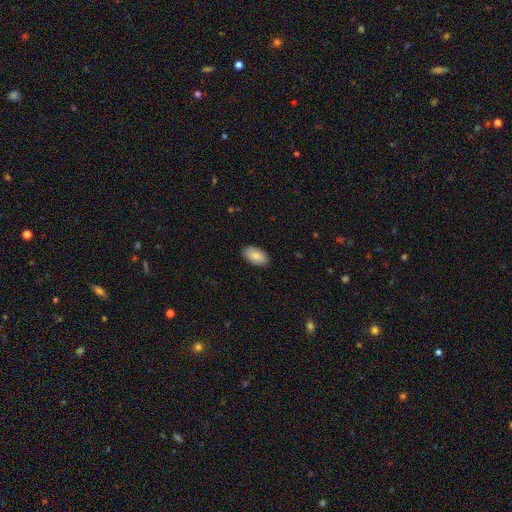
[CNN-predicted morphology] smooth-or-featured: smooth: 86% | featured or disk: 8% | star or artifact: 6%
  how-rounded: in between: 95% | round: 3% | cigar-shaped: 2%
  merging: none: 89% | minor disturbance: 8% | major disturbance: 2% | merger: 1%